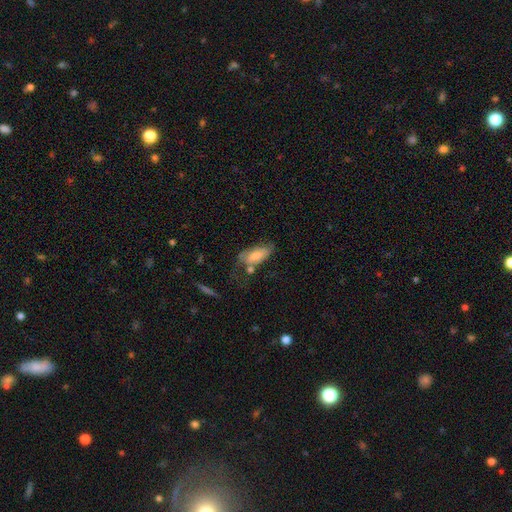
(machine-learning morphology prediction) The model was most divided on "merging": none: 35%, minor disturbance: 27%, major disturbance: 23%, merger: 15%. More confident: how rounded — in between (84%); smooth or featured — smooth (66%).